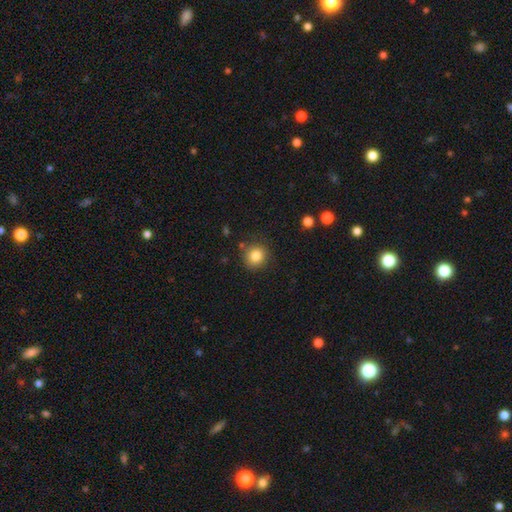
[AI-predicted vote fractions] Morphology: type=smooth (84%); roundness=round (90%); merging=none (84%).